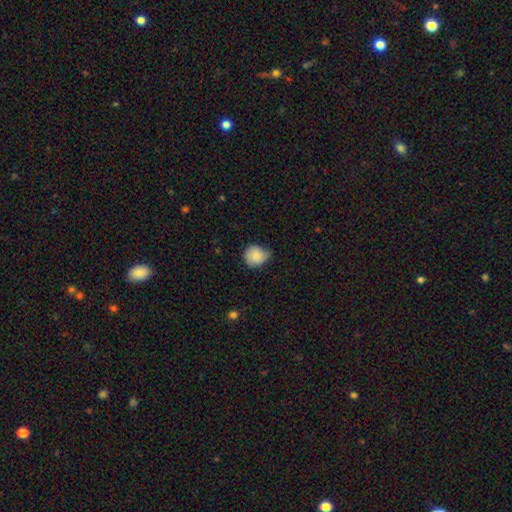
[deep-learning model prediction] The model was most divided on "merging": none: 47%, minor disturbance: 44%, major disturbance: 8%, merger: 2%. More confident: how rounded — round (84%); smooth or featured — smooth (82%).